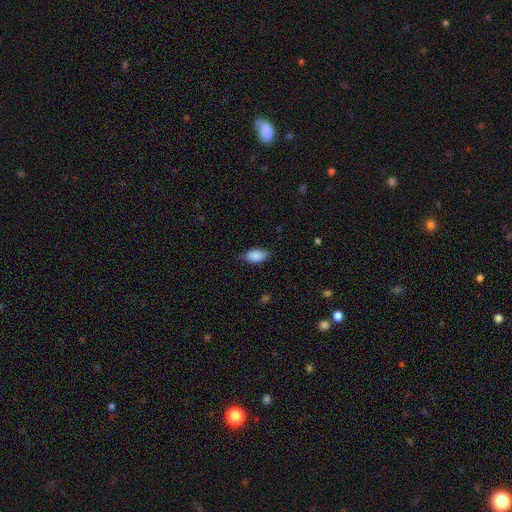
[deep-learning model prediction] A smooth galaxy with no disk features (88%) that is in between round and cigar-shaped (92%).

Vote fractions:
- Smooth or featured? smooth: 88% / star or artifact: 7% / featured or disk: 6%
- How rounded? in between: 92% / round: 4% / cigar-shaped: 4%
- Merging? none: 78% / minor disturbance: 18% / major disturbance: 3% / merger: 1%